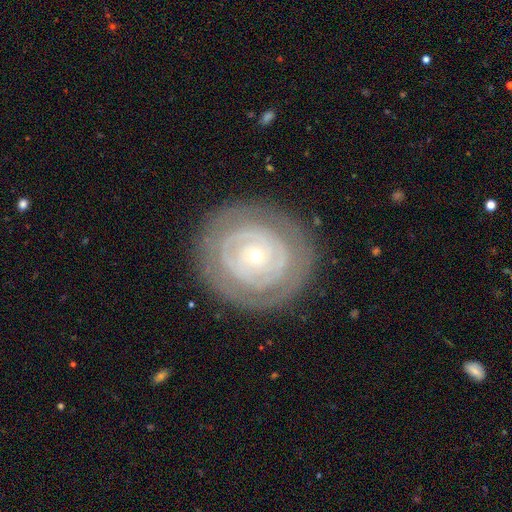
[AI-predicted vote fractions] Smooth or featured?
  - featured or disk: 72% *
  - smooth: 22%
  - star or artifact: 6%
Edge-on disk?
  - no: 96% *
  - yes: 4%
Bar?
  - no: 86% *
  - weak: 10%
  - strong: 4%
Spiral arms?
  - yes: 56% *
  - no: 44%
Bulge size?
  - small: 81% *
  - moderate: 16%
  - large: 1%
  - dominant: 1%
  - none: 1%
Merging?
  - none: 83% *
  - minor disturbance: 11%
  - major disturbance: 5%
  - merger: 1%